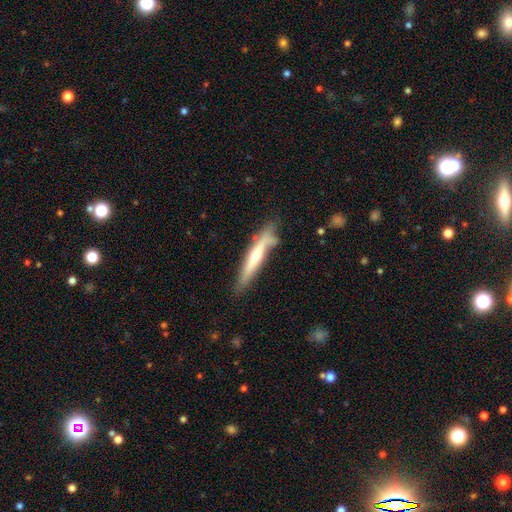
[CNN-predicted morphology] Smooth or featured? Predicted: featured or disk (p=0.54). Edge-on disk? Predicted: yes (p=0.88). Merging? Predicted: none (p=0.67).